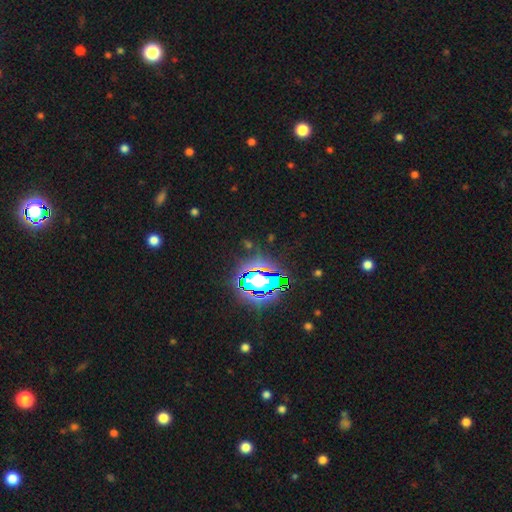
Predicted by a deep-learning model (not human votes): Q: Smooth or featured?
A: star or artifact (83%); runner-up: smooth (10%)